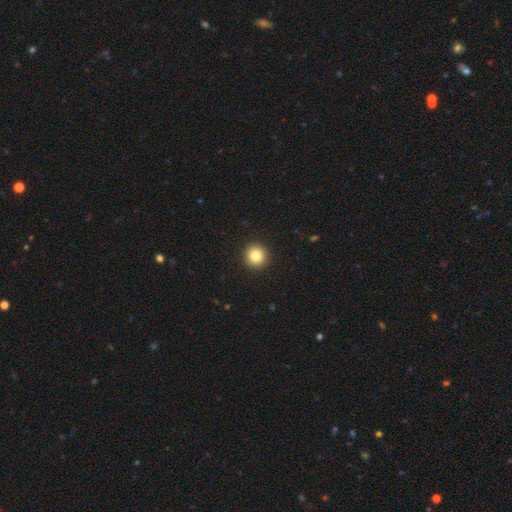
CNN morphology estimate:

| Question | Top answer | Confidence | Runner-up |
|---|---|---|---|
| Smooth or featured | smooth | 84% | star or artifact (10%) |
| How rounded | round | 95% | in between (4%) |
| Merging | none | 93% | minor disturbance (5%) |